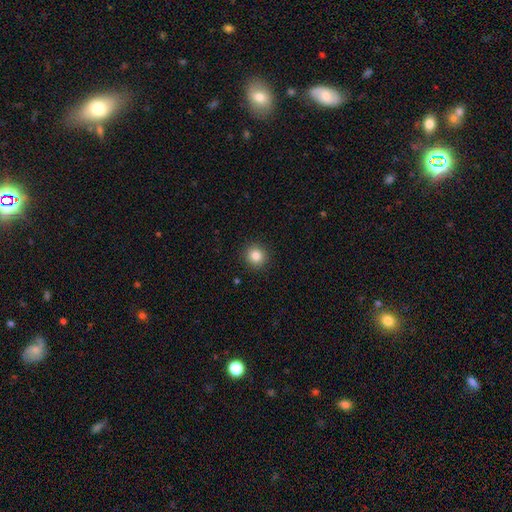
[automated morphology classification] The model was most divided on "smooth or featured": smooth: 84%, star or artifact: 11%, featured or disk: 5%. More confident: how rounded — round (92%); merging — none (91%).